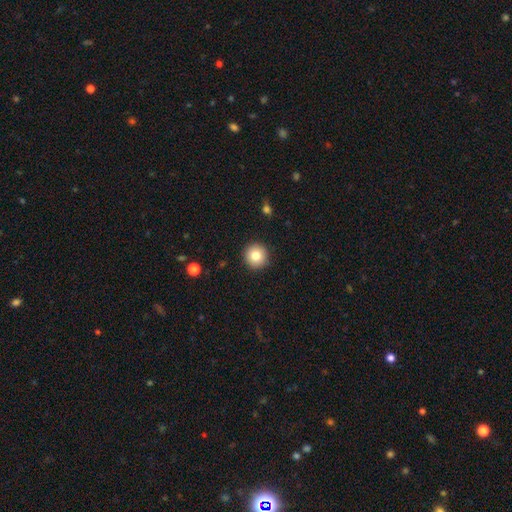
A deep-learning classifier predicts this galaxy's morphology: smooth_or_featured: smooth (p=0.81) [alt: star or artifact p=0.10]
how_rounded: round (p=0.95) [alt: in between p=0.04]
merging: none (p=0.92) [alt: minor disturbance p=0.05]